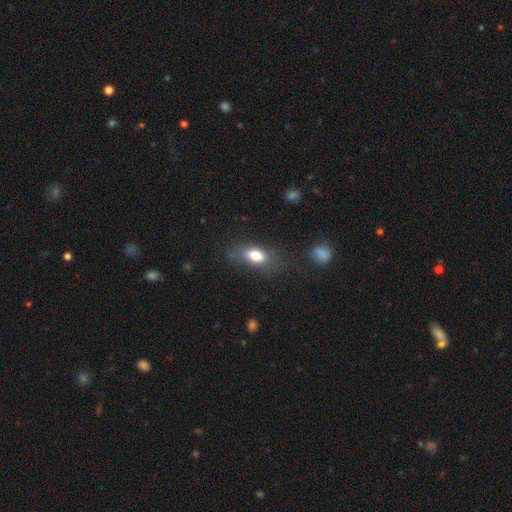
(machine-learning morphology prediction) This appears to be a smooth galaxy with no disk features (79%) that is in between round and cigar-shaped (85%). Merging: none (63%).